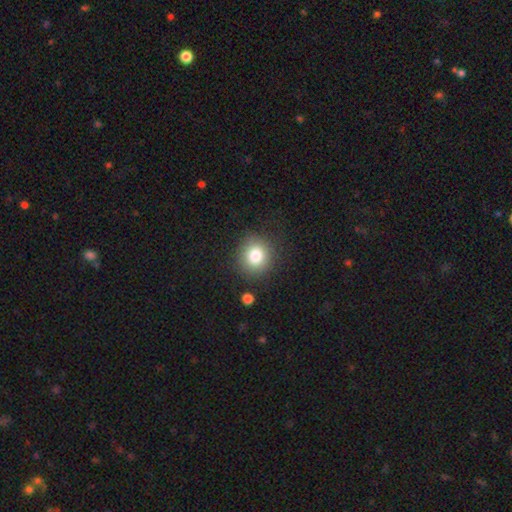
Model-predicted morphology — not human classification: Overall: smooth (82%). How rounded: round (87%). Merging: none (84%).